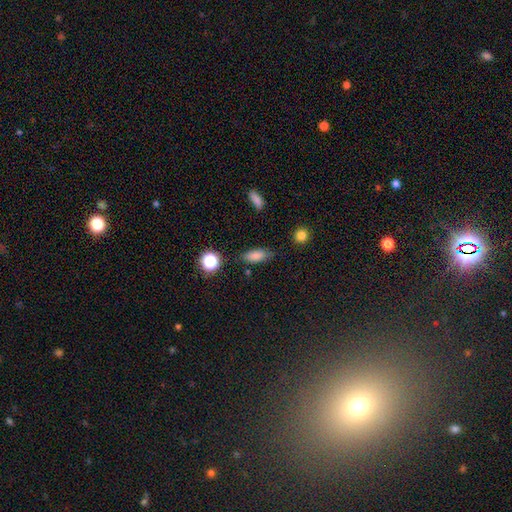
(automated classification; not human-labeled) Smooth or featured? Predicted: smooth (p=0.81). How rounded? Predicted: in between (p=0.79). Merging? Predicted: none (p=0.78).